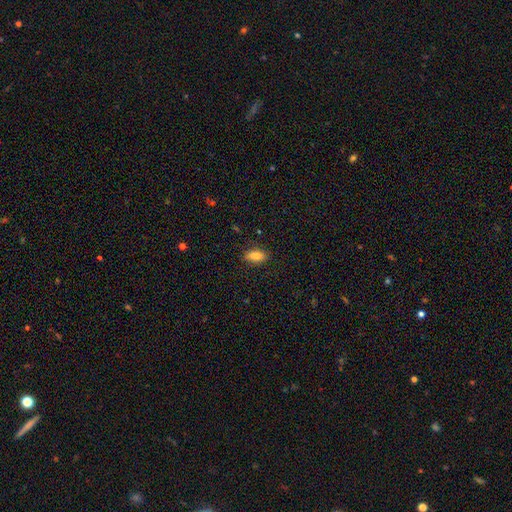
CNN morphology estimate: Overall: smooth (85%). How rounded: in between (88%). Merging: none (85%).